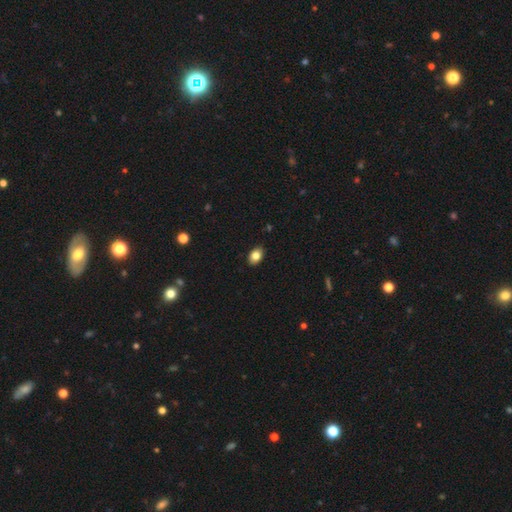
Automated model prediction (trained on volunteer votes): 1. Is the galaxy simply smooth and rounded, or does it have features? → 84% smooth, 8% star or artifact, 7% featured or disk.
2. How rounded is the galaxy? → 81% in between, 18% round, 1% cigar-shaped.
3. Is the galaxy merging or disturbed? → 89% none, 9% minor disturbance, 2% major disturbance, 1% merger.